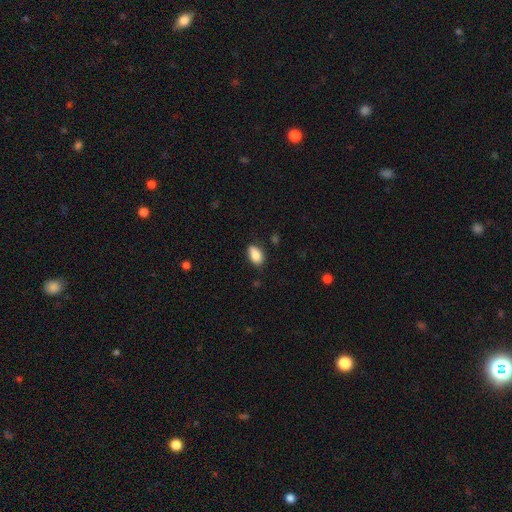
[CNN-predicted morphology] Smooth or featured?
  - smooth: 88% *
  - star or artifact: 7%
  - featured or disk: 5%
How rounded?
  - in between: 92% *
  - round: 6%
  - cigar-shaped: 3%
Merging?
  - none: 78% *
  - minor disturbance: 18%
  - major disturbance: 3%
  - merger: 2%